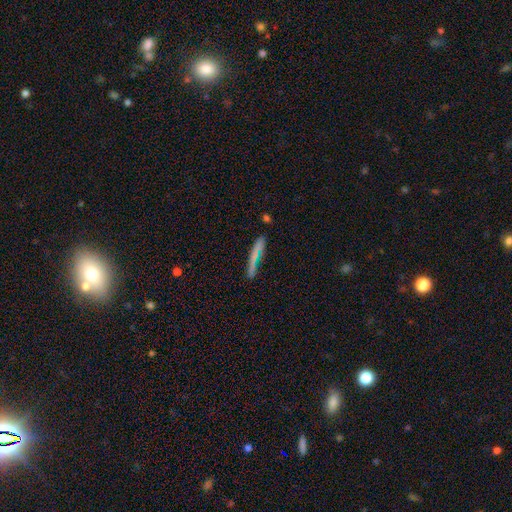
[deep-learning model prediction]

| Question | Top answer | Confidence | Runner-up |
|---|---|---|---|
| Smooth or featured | smooth | 58% | featured or disk (34%) |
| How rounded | cigar-shaped | 94% | in between (4%) |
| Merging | none | 63% | minor disturbance (21%) |